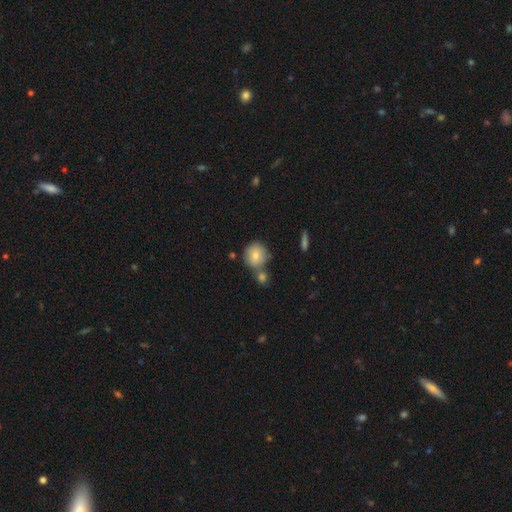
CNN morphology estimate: Smooth or featured? smooth (78%)
How rounded? round (88%)
Merging? none (56%)